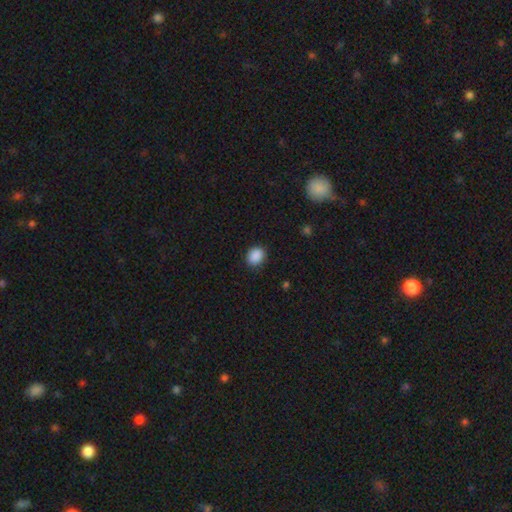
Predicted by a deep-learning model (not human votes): Smooth or featured: smooth — 89% (star or artifact — 9%)
How rounded: round — 58% (in between — 41%)
Merging: none — 87% (minor disturbance — 9%)